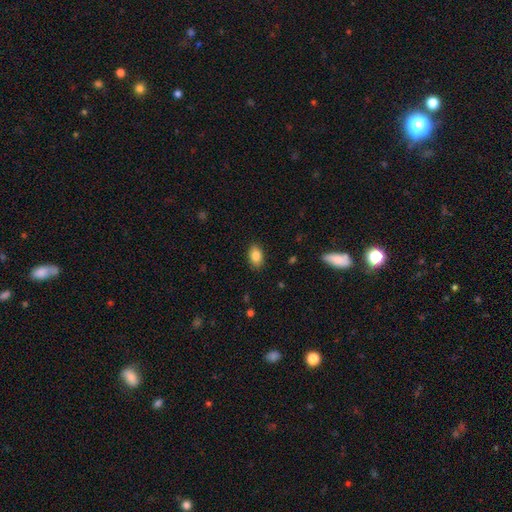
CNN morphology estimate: Smooth or featured? Predicted: smooth (p=0.85). How rounded? Predicted: in between (p=0.88). Merging? Predicted: none (p=0.88).